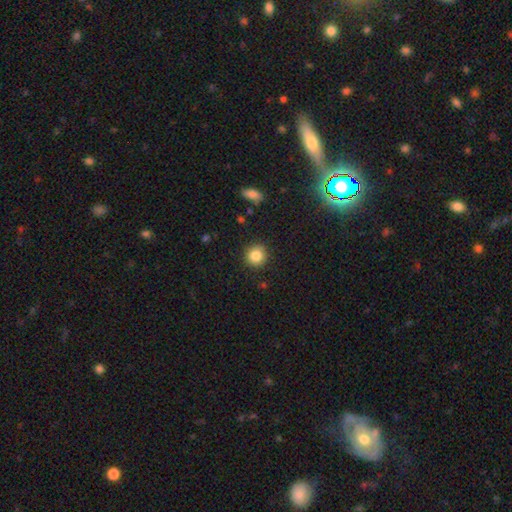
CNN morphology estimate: A smooth galaxy with no disk features (84%) that is round (91%).

Vote fractions:
- Smooth or featured? smooth: 84% / star or artifact: 10% / featured or disk: 6%
- How rounded? round: 91% / in between: 8% / cigar-shaped: 1%
- Merging? none: 89% / minor disturbance: 7% / major disturbance: 2% / merger: 1%